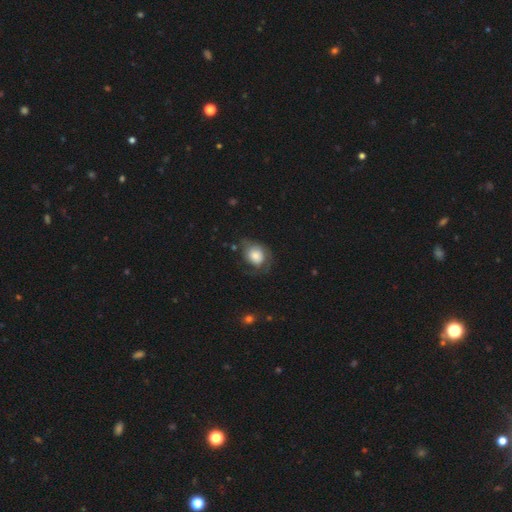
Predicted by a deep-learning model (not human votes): This appears to be a smooth galaxy with no disk features (58%) that is round (53%). Merging: none (47%).